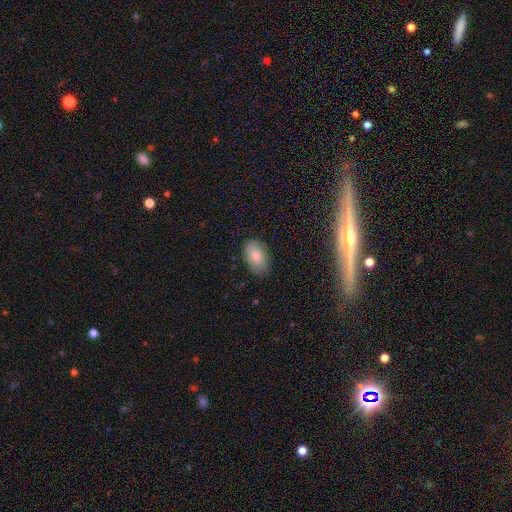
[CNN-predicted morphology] Smooth or featured?
  - smooth: 83% *
  - featured or disk: 10%
  - star or artifact: 7%
How rounded?
  - in between: 92% *
  - round: 7%
  - cigar-shaped: 1%
Merging?
  - none: 82% *
  - minor disturbance: 14%
  - major disturbance: 3%
  - merger: 1%